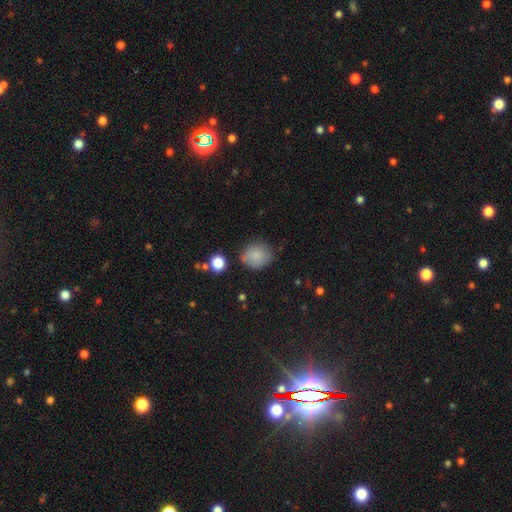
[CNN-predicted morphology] smooth_or_featured: smooth (p=0.83) [alt: star or artifact p=0.09]
how_rounded: round (p=0.76) [alt: in between p=0.23]
merging: none (p=0.74) [alt: minor disturbance p=0.18]